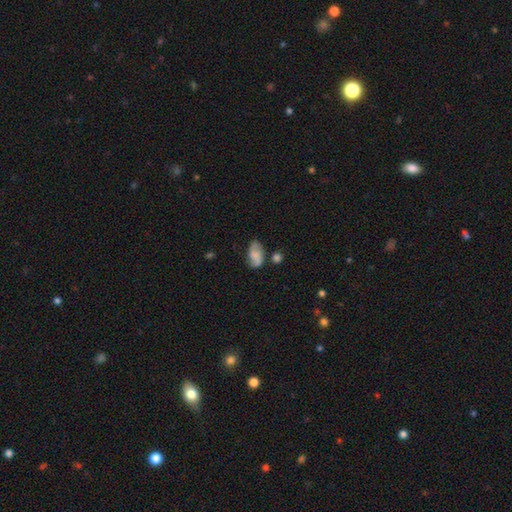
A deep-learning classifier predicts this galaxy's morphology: type=smooth (62%); roundness=in between (91%); merging=none (57%).